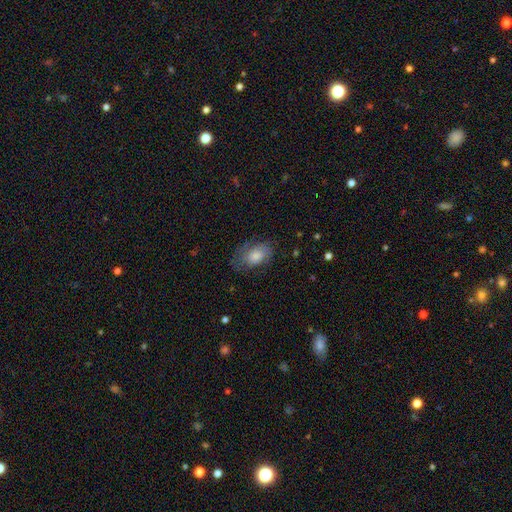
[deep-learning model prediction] Smooth or featured: smooth — 54% (featured or disk — 36%)
How rounded: in between — 88% (round — 9%)
Merging: none — 65% (minor disturbance — 23%)